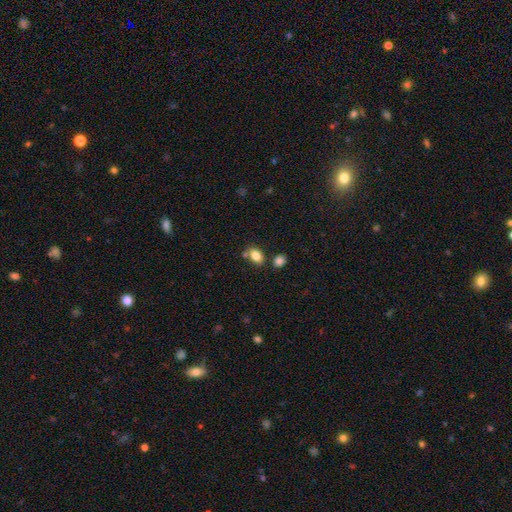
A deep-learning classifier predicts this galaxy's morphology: type=smooth (84%); roundness=in between (84%); merging=none (69%).